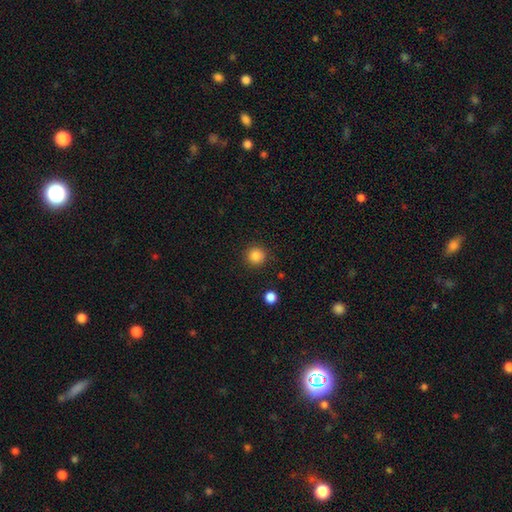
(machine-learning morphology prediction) Overall: smooth (86%). How rounded: round (94%). Merging: none (90%).